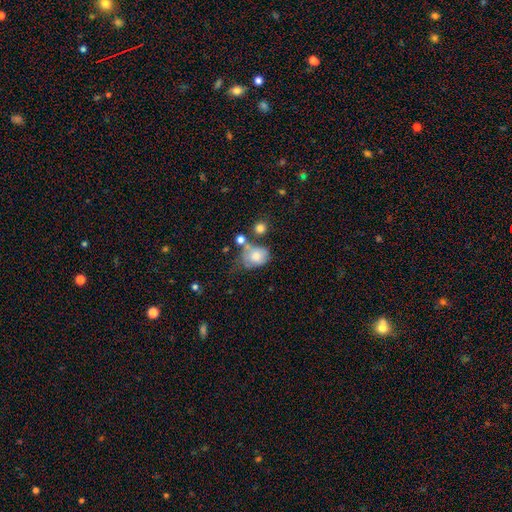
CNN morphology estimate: This is likely a smooth galaxy (69%). How rounded: possibly in between (52%). Merging: marginally none (31%).